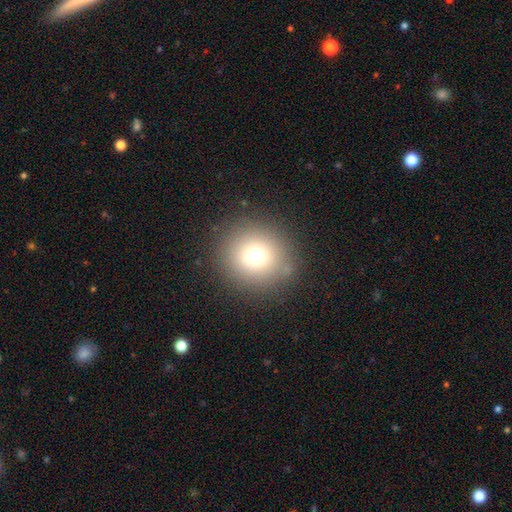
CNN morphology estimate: smooth_or_featured: smooth (p=0.73) [alt: star or artifact p=0.15]
how_rounded: round (p=0.90) [alt: in between p=0.09]
merging: none (p=0.86) [alt: minor disturbance p=0.08]